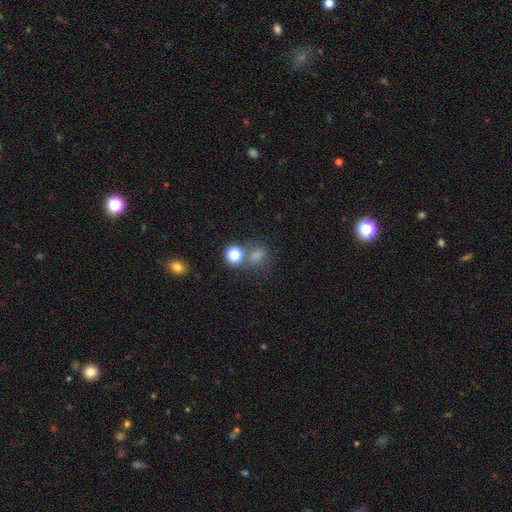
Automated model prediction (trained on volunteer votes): A smooth galaxy with no disk features (62%) that is round (56%). Merging: none (60%).